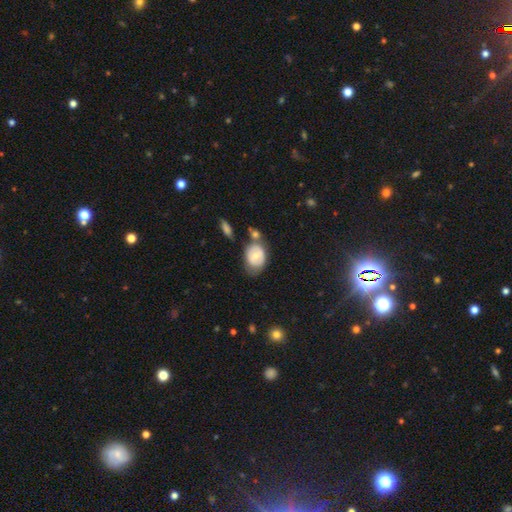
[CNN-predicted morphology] Smooth or featured: smooth — 55% (featured or disk — 38%)
How rounded: in between — 69% (round — 29%)
Merging: none — 47% (minor disturbance — 25%)